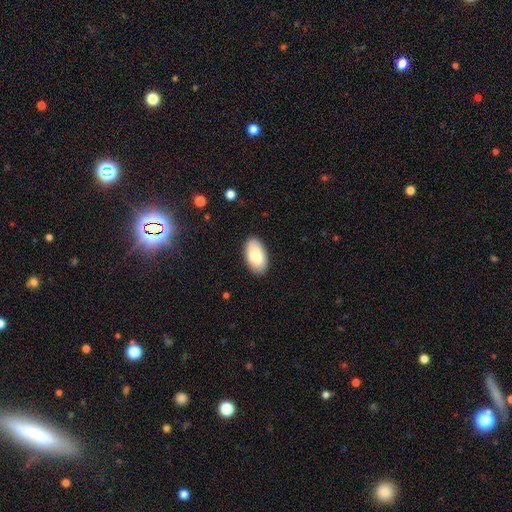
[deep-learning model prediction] Smooth or featured? smooth (84%)
How rounded? in between (96%)
Merging? none (88%)